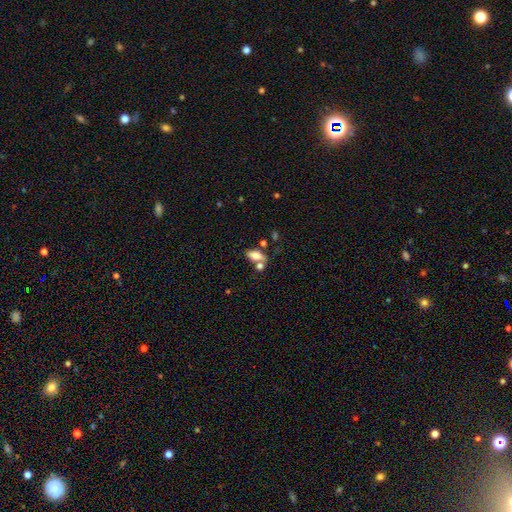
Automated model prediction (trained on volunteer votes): The model was most divided on "merging": none: 51%, merger: 29%, minor disturbance: 14%, major disturbance: 6%. More confident: how rounded — in between (85%); smooth or featured — smooth (74%).